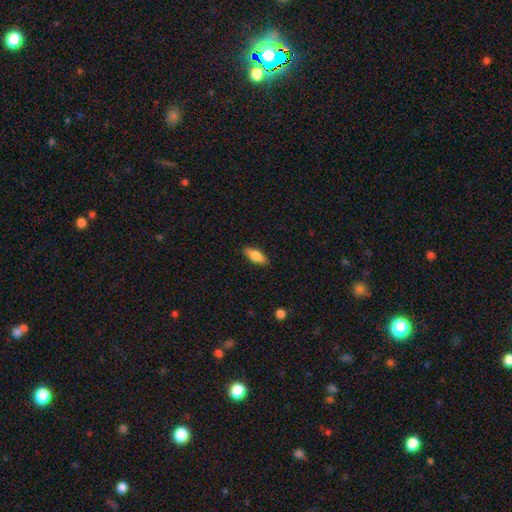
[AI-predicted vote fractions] Morphology: type=smooth (76%); roundness=in between (73%); merging=none (88%).